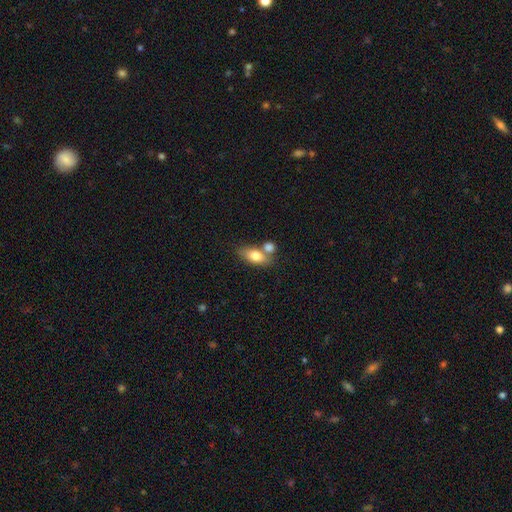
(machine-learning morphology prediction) A smooth galaxy with no disk features (76%) that is in between round and cigar-shaped (81%).

Vote fractions:
- Smooth or featured? smooth: 76% / featured or disk: 17% / star or artifact: 7%
- How rounded? in between: 81% / round: 10% / cigar-shaped: 9%
- Merging? none: 49% / merger: 35% / minor disturbance: 12% / major disturbance: 4%